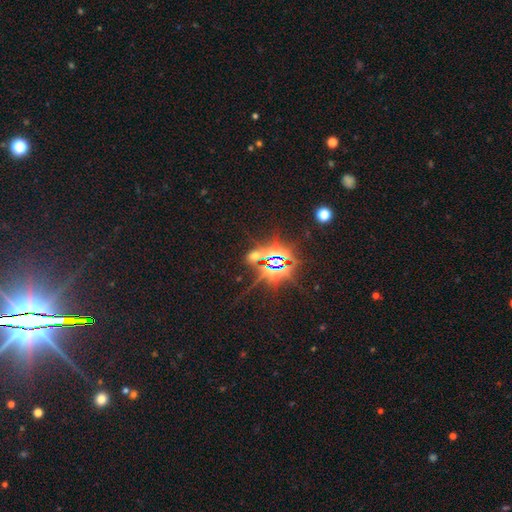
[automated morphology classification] A star or artifact, not a galaxy (74%).

Vote fractions:
- Smooth or featured? star or artifact: 74% / smooth: 18% / featured or disk: 9%